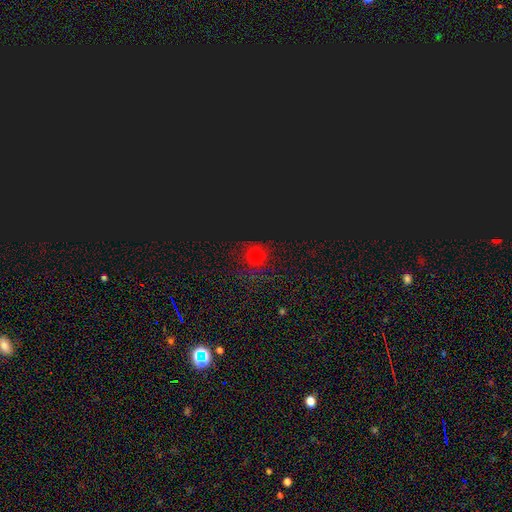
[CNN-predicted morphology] A smooth galaxy with no disk features (52%) that is round (88%). Merging: none (80%).